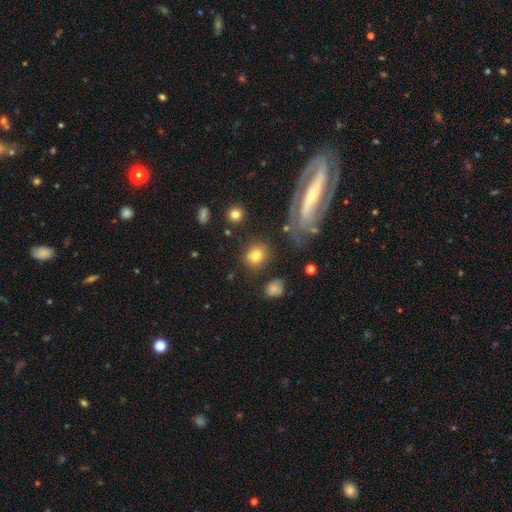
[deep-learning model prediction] This is likely a smooth galaxy (75%). How rounded: likely round (79%). Merging: likely none (76%).